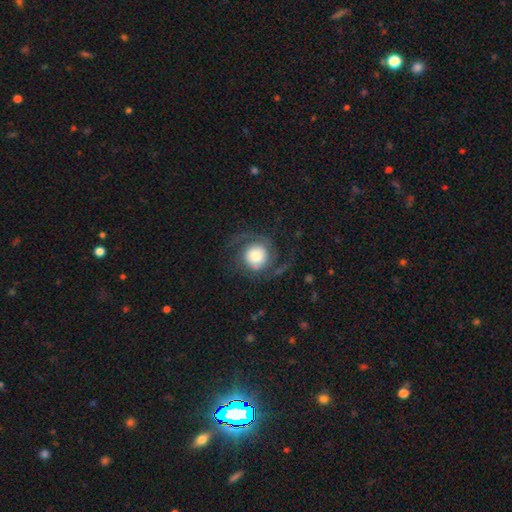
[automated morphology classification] Smooth or featured?
  - featured or disk: 67% *
  - smooth: 26%
  - star or artifact: 8%
Edge-on disk?
  - no: 98% *
  - yes: 2%
Bar?
  - no: 77% *
  - weak: 18%
  - strong: 5%
Spiral arms?
  - yes: 91% *
  - no: 9%
Spiral winding?
  - medium: 43% *
  - loose: 36%
  - tight: 21%
Spiral arm count?
  - 2: 82% *
  - 1: 5%
  - can't tell: 5%
  - 3: 5%
  - 4: 2%
  - more than 4: 2%
Bulge size?
  - large: 40% *
  - moderate: 32%
  - dominant: 17%
  - small: 9%
  - none: 2%
Merging?
  - none: 66% *
  - major disturbance: 18%
  - minor disturbance: 14%
  - merger: 2%